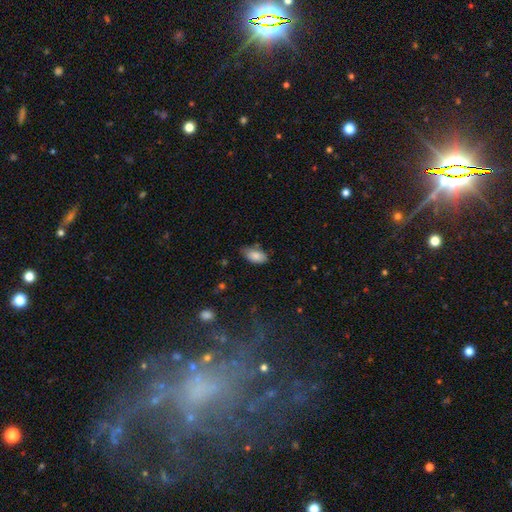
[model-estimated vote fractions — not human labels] Overall: smooth (85%). How rounded: in between (94%). Merging: none (68%).